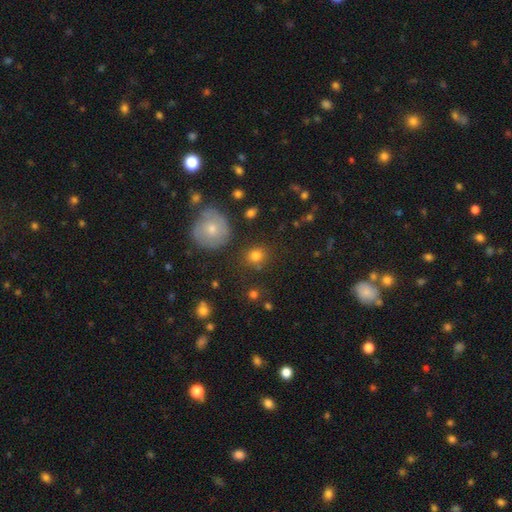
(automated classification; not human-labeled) This is likely a smooth galaxy (79%). How rounded: likely round (79%). Merging: likely none (79%).